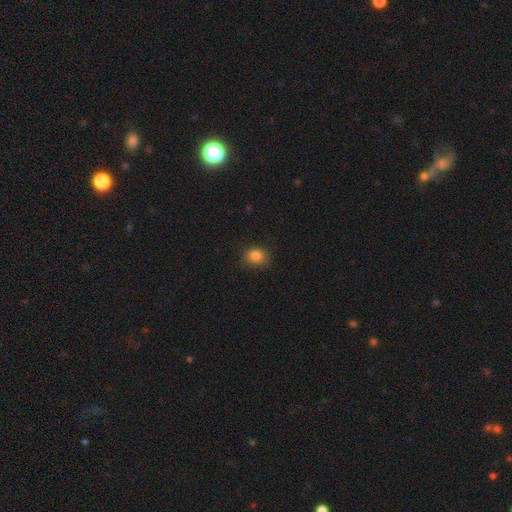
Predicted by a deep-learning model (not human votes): Smooth or featured?
  - smooth: 83% *
  - star or artifact: 11%
  - featured or disk: 5%
How rounded?
  - round: 64% *
  - in between: 35%
  - cigar-shaped: 1%
Merging?
  - none: 81% *
  - minor disturbance: 15%
  - major disturbance: 3%
  - merger: 1%